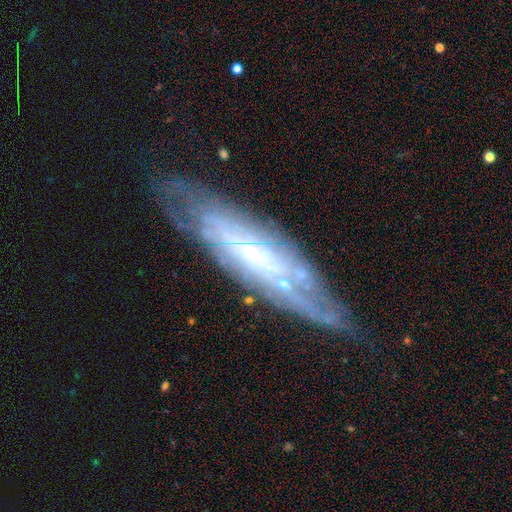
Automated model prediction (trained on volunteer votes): Overall: featured or disk (74%). Edge-on disk: no (63%; yes 37%). Merging: none (70%).